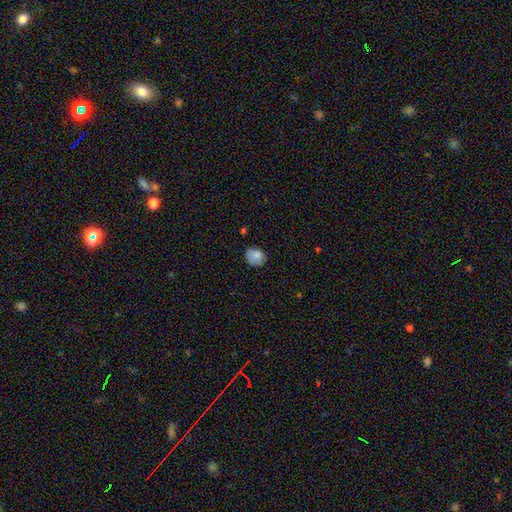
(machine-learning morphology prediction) This is clearly a smooth galaxy (83%). How rounded: possibly round (55%). Merging: likely none (70%).